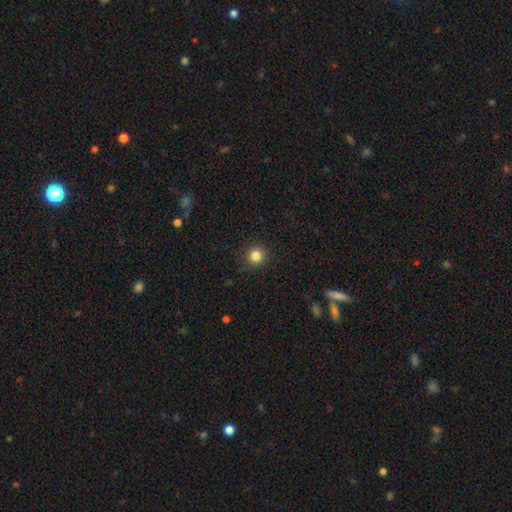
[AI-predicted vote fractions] Overall: smooth (83%). How rounded: round (94%). Merging: none (92%).